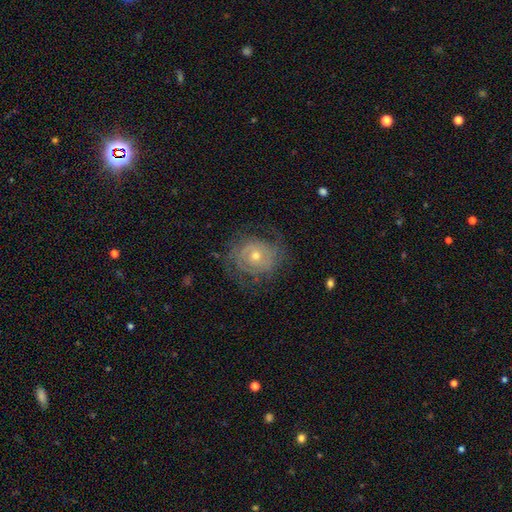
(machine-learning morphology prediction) The model was most divided on "spiral arm count": can't tell: 39%, 2: 35%, 3: 11%, 1: 6%, 4: 5%, more than 4: 4%. More confident: edge-on disk — no (97%); spiral arms — yes (82%); bar — no (76%); smooth or featured — featured or disk (75%); merging — none (70%); spiral winding — tight (64%); bulge size — moderate (55%).